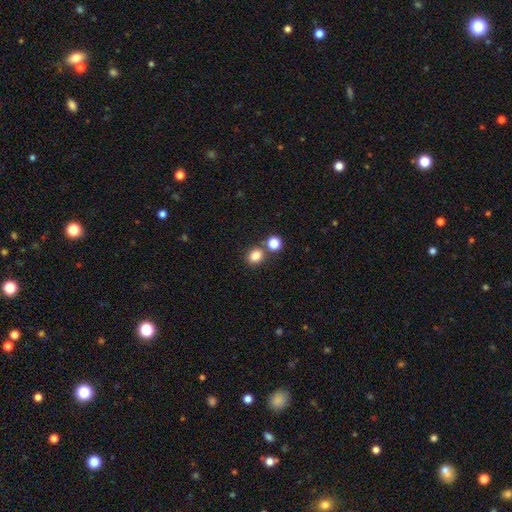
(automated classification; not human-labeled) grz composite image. It shows a smooth galaxy with no disk features (83%) that is round (59%). Merging: none (69%).